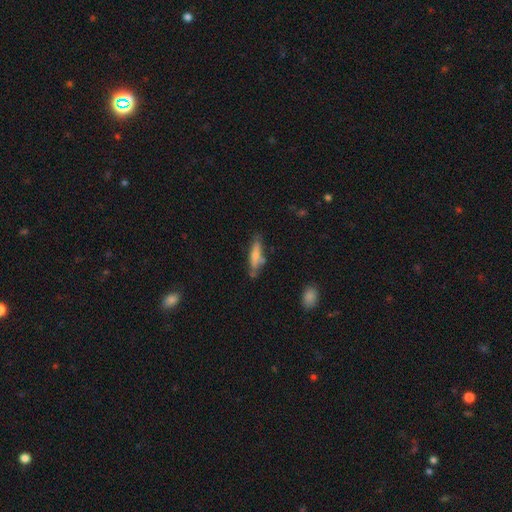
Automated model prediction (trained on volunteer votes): Smooth or featured?
  - smooth: 66% *
  - featured or disk: 27%
  - star or artifact: 7%
How rounded?
  - cigar-shaped: 72% *
  - in between: 26%
  - round: 2%
Merging?
  - none: 59% *
  - minor disturbance: 24%
  - merger: 10%
  - major disturbance: 7%